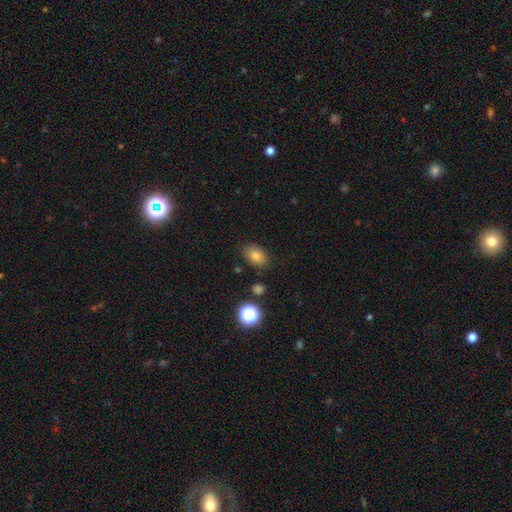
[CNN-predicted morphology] This is likely a smooth galaxy (78%). How rounded: likely in between (78%). Merging: clearly none (81%).